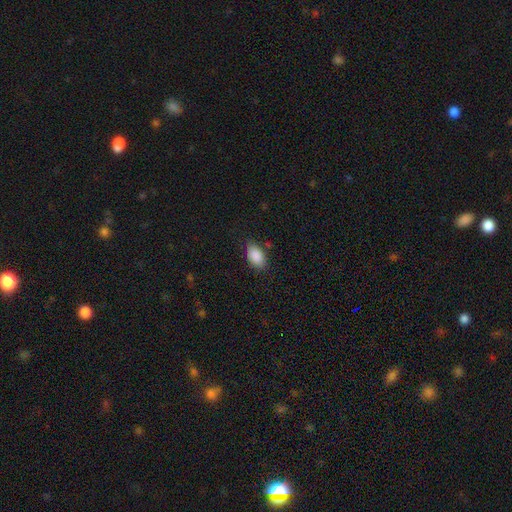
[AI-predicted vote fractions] Morphology: type=smooth (89%); roundness=in between (92%); merging=none (80%).